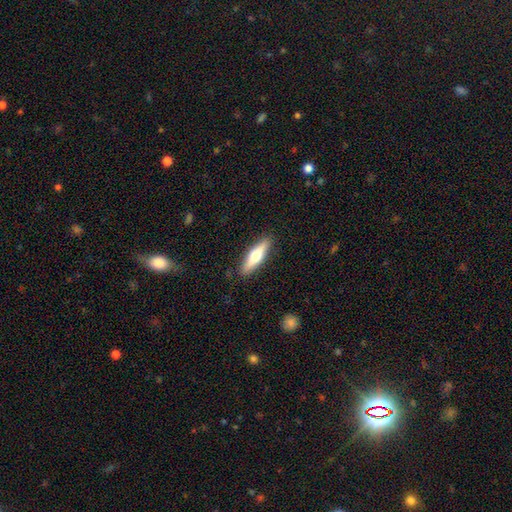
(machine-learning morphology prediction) A smooth galaxy with no disk features (55%) that is cigar-shaped (70%).

Vote fractions:
- Smooth or featured? smooth: 55% / featured or disk: 40% / star or artifact: 5%
- How rounded? cigar-shaped: 70% / in between: 28% / round: 2%
- Merging? none: 88% / minor disturbance: 9% / major disturbance: 2% / merger: 1%